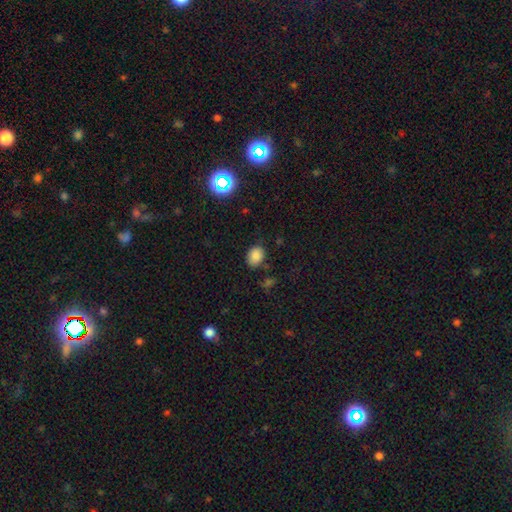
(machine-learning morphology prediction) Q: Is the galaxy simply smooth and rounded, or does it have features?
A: smooth — 84%.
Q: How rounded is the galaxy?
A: in between — 64%.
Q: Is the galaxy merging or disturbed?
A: none — 78%.